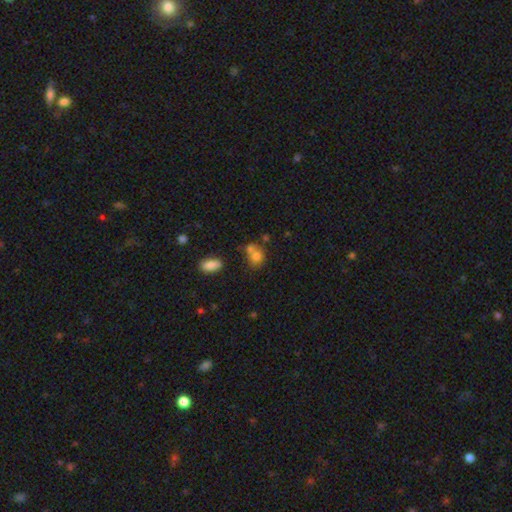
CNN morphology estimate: smooth 74%, featured or disk 14%, star or artifact 12%. Down the decision tree: how rounded — round (61%); merging — merger (44%).